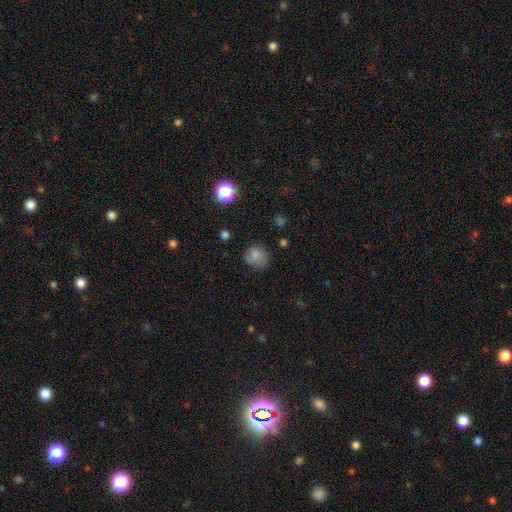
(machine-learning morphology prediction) smooth-or-featured: smooth: 80% | star or artifact: 13% | featured or disk: 8%
  how-rounded: round: 78% | in between: 21% | cigar-shaped: 1%
  merging: none: 67% | minor disturbance: 23% | major disturbance: 8% | merger: 3%